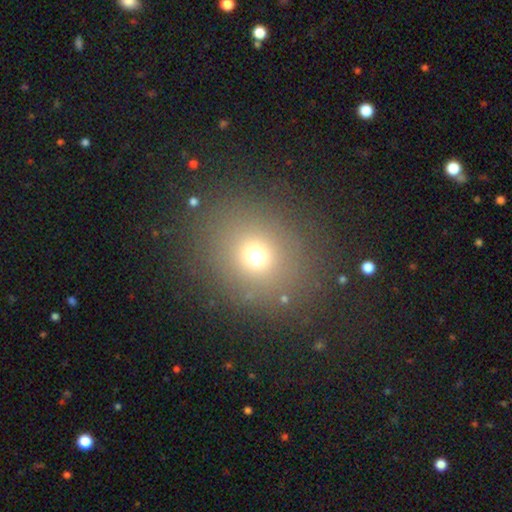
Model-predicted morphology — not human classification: A smooth galaxy with no disk features (68%) that is round (74%).

Vote fractions:
- Smooth or featured? smooth: 68% / star or artifact: 21% / featured or disk: 11%
- How rounded? round: 74% / in between: 25% / cigar-shaped: 1%
- Merging? none: 84% / minor disturbance: 9% / major disturbance: 5% / merger: 2%